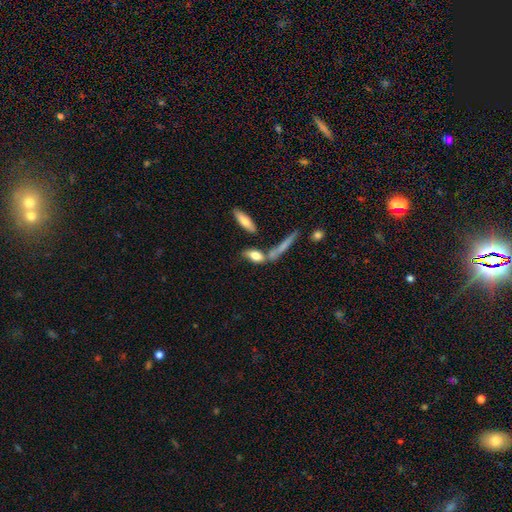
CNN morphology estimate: type=smooth (71%); roundness=in between (63%); merging=none (45%).